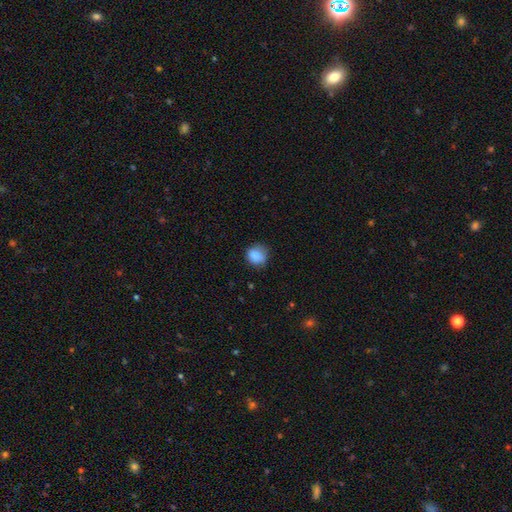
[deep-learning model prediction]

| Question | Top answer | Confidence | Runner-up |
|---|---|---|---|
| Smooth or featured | smooth | 86% | star or artifact (9%) |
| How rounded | round | 77% | in between (22%) |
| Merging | none | 68% | minor disturbance (24%) |